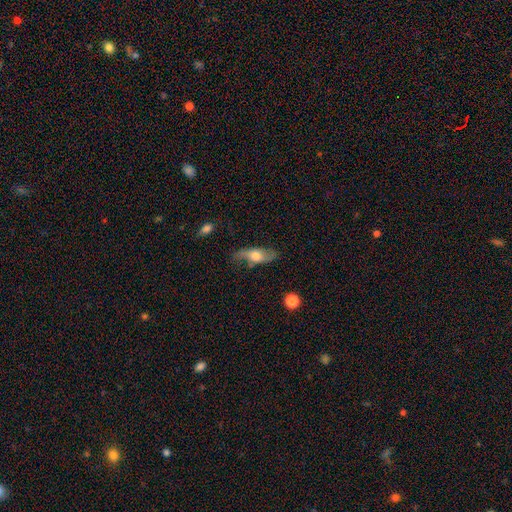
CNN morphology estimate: A smooth galaxy with no disk features (50%) that is in between round and cigar-shaped (72%).

Vote fractions:
- Smooth or featured? smooth: 50% / featured or disk: 43% / star or artifact: 7%
- How rounded? in between: 72% / cigar-shaped: 24% / round: 5%
- Merging? none: 63% / minor disturbance: 25% / major disturbance: 9% / merger: 3%